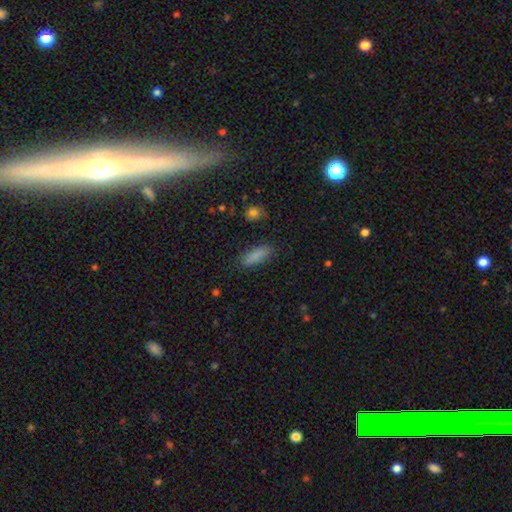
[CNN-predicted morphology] Overall: smooth (86%). How rounded: in between (58%; cigar-shaped 40%). Merging: none (84%).